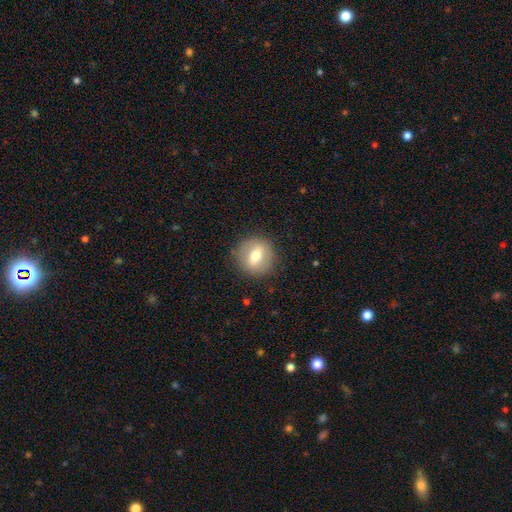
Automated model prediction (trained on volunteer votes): Overall: smooth (56%; featured or disk 35%). How rounded: round (85%). Merging: none (87%).